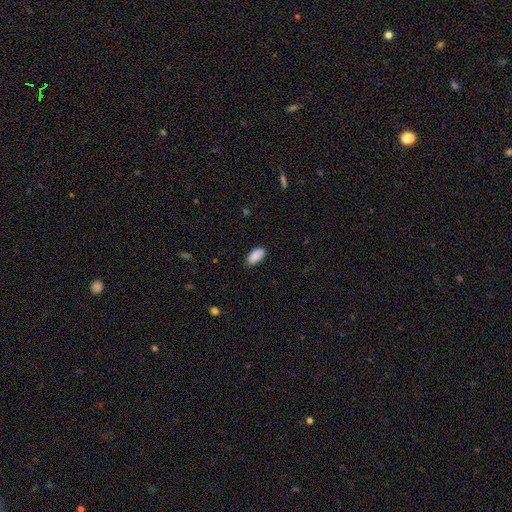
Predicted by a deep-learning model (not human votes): This is clearly a smooth galaxy (88%). How rounded: clearly in between (94%). Merging: likely none (77%).